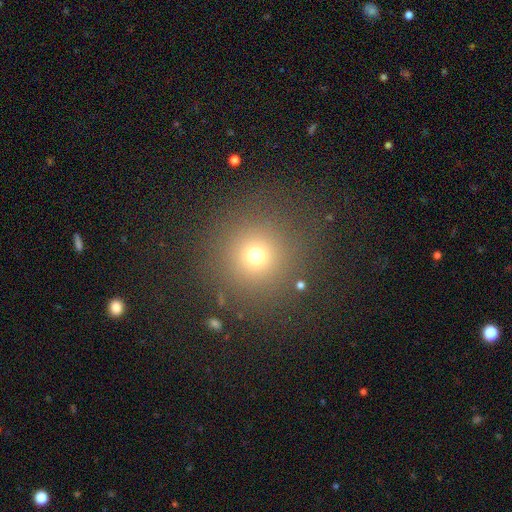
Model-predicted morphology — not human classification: Overall: smooth (70%). How rounded: round (94%). Merging: none (86%).